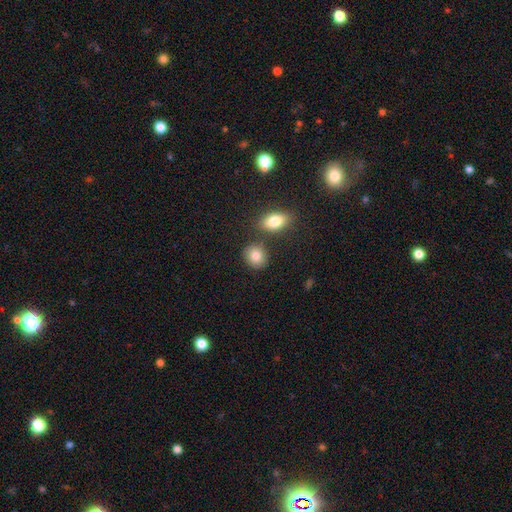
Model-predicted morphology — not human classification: Smooth or featured: smooth — 83% (star or artifact — 9%)
How rounded: round — 68% (in between — 30%)
Merging: none — 76% (merger — 11%)